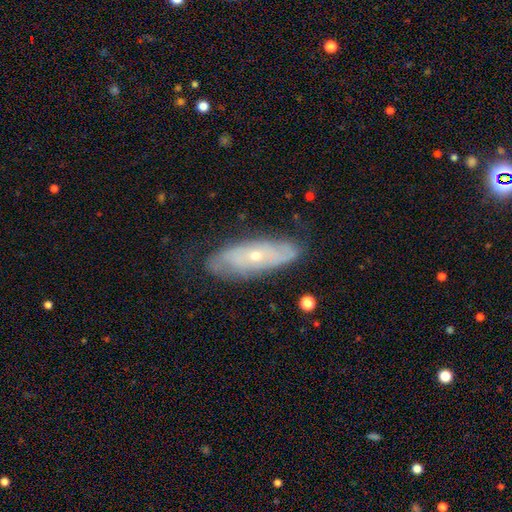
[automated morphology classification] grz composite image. It shows a featured or disk galaxy (63%). Merging: none (71%).